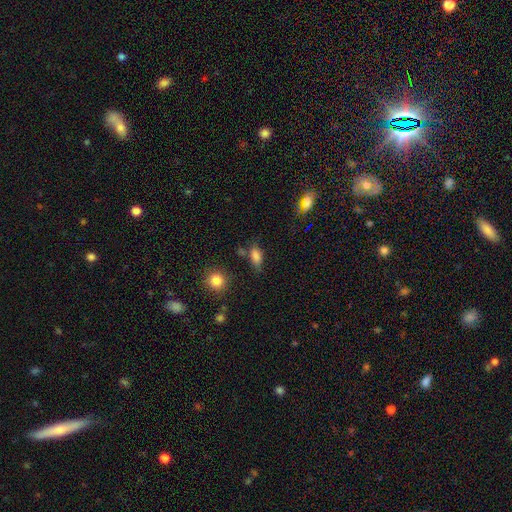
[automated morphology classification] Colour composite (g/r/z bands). It shows a smooth galaxy with no disk features (80%) that is in between round and cigar-shaped (82%). Merging: none (59%).